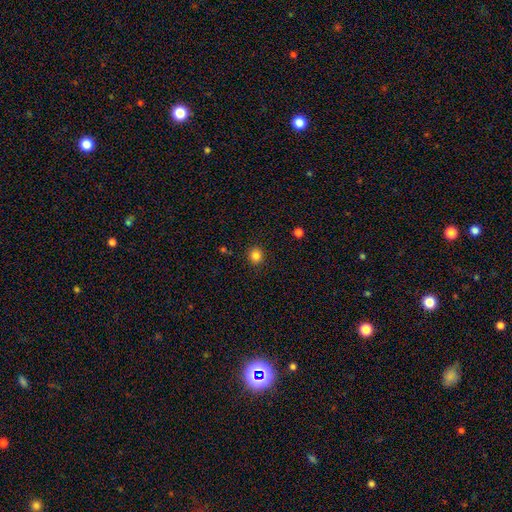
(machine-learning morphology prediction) This is clearly a smooth galaxy (84%). How rounded: clearly round (91%). Merging: clearly none (91%).